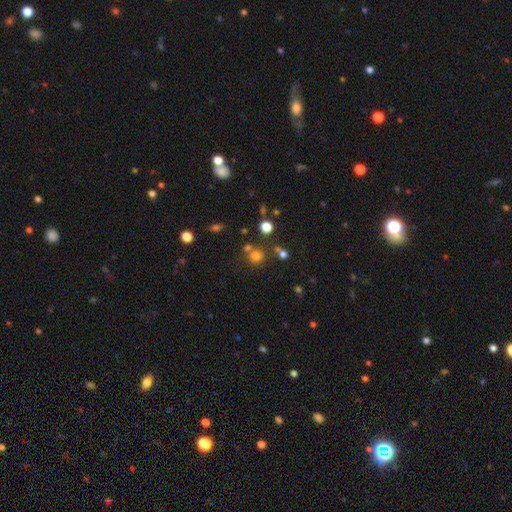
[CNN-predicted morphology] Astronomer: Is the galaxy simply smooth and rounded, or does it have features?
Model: smooth — 71%.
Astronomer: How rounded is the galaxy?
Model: round — 86%.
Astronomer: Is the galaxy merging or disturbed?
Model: none — 65%.